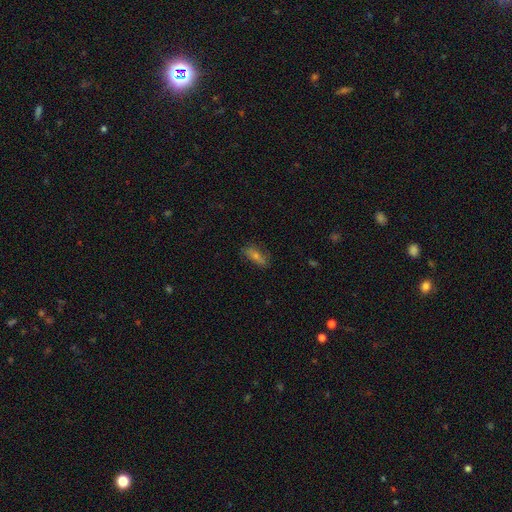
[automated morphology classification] Smooth or featured: smooth — 45% (featured or disk — 38%)
Merging: none — 79% (minor disturbance — 15%)